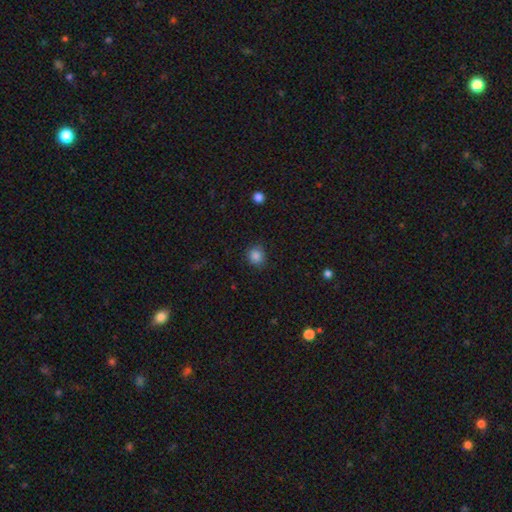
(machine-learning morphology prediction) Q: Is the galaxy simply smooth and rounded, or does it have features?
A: smooth — 86%.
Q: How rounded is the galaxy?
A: round — 85%.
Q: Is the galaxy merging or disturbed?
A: none — 86%.